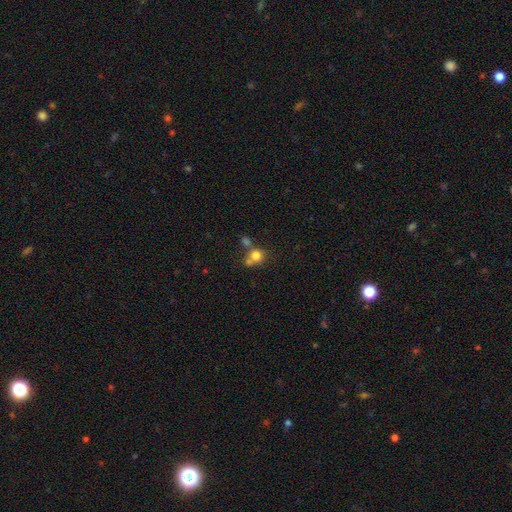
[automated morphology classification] Overall: smooth (76%). How rounded: round (84%). Merging: none (43%; merger 42%).